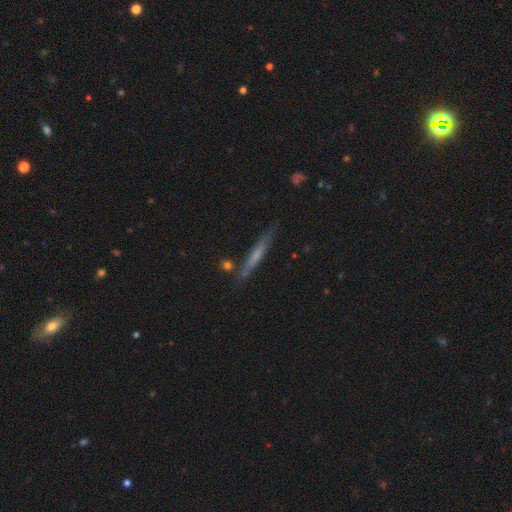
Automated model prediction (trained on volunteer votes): smooth 47%, featured or disk 45%, star or artifact 8%. Down the decision tree: merging — none (79%).